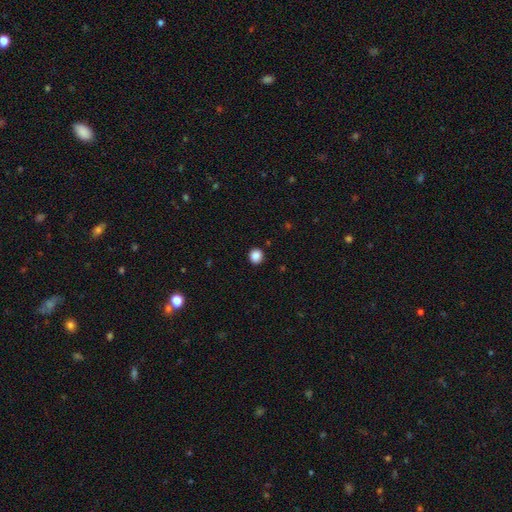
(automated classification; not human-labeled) Morphology: type=smooth (87%); roundness=round (89%); merging=none (92%).